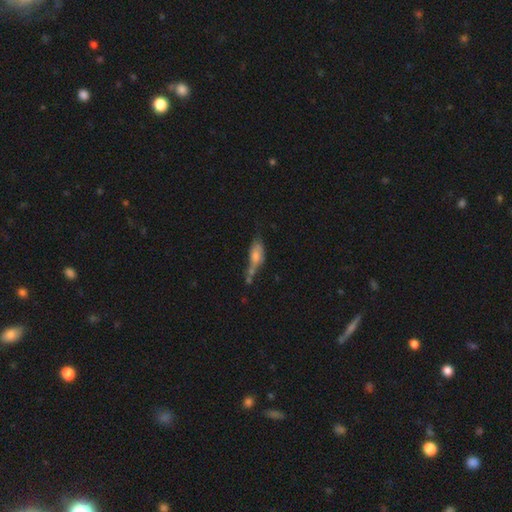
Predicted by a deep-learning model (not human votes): Overall: smooth (63%; featured or disk 27%). How rounded: in between (68%; cigar-shaped 28%). Merging: merger (28%, tied with none).